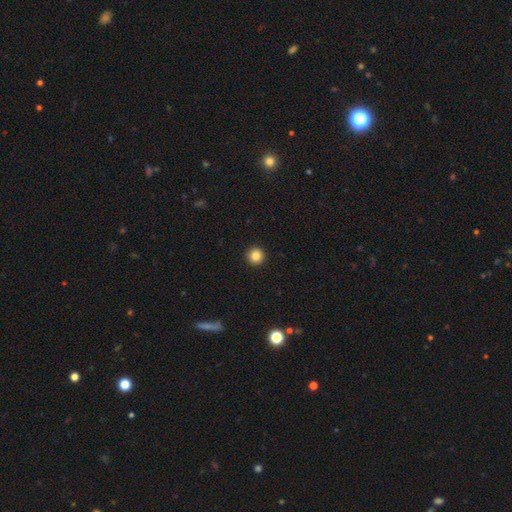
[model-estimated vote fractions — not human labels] Smooth or featured?
  - smooth: 84% *
  - star or artifact: 11%
  - featured or disk: 5%
How rounded?
  - round: 96% *
  - in between: 3%
  - cigar-shaped: 1%
Merging?
  - none: 93% *
  - minor disturbance: 4%
  - major disturbance: 1%
  - merger: 1%